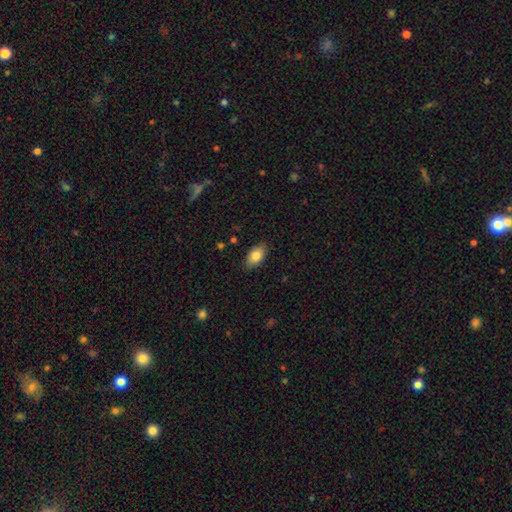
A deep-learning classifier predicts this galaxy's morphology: A smooth galaxy with no disk features (83%) that is in between round and cigar-shaped (92%). Merging: none (85%).